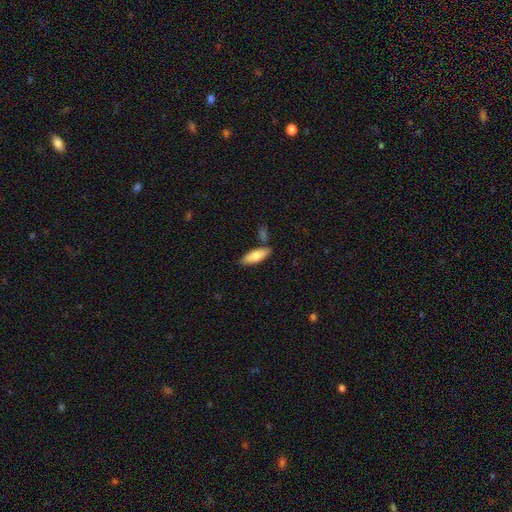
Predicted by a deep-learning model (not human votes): smooth 76%, featured or disk 18%, star or artifact 6%. Down the decision tree: how rounded — in between (61%); merging — none (76%).